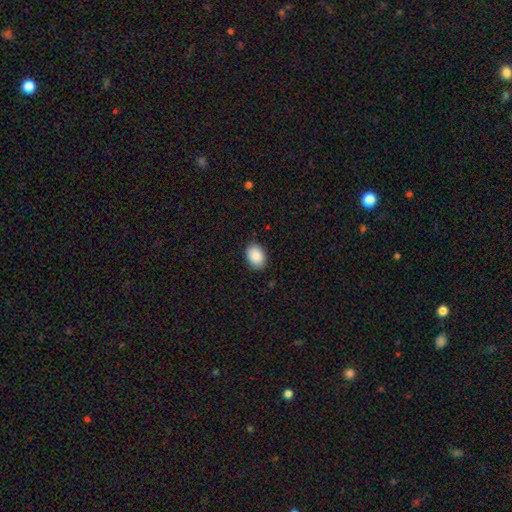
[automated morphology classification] smooth-or-featured: smooth: 90% | star or artifact: 7% | featured or disk: 4%
  how-rounded: in between: 81% | round: 19% | cigar-shaped: 1%
  merging: none: 89% | minor disturbance: 9% | major disturbance: 2% | merger: 1%